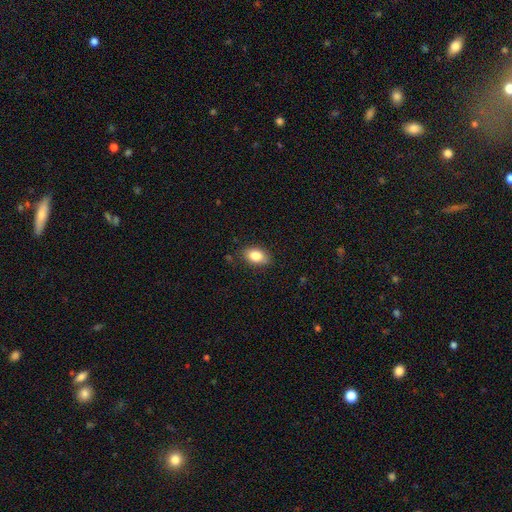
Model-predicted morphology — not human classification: Smooth or featured?
  - smooth: 84% *
  - featured or disk: 9%
  - star or artifact: 8%
How rounded?
  - in between: 87% *
  - round: 11%
  - cigar-shaped: 2%
Merging?
  - none: 82% *
  - minor disturbance: 14%
  - major disturbance: 3%
  - merger: 1%